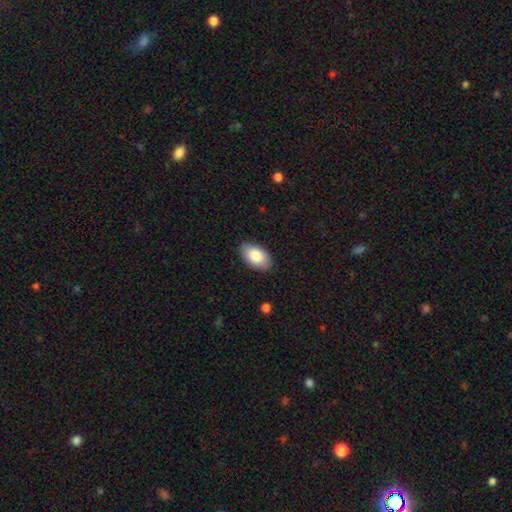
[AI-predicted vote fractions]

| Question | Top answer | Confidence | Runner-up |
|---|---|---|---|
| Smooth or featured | smooth | 85% | featured or disk (10%) |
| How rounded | in between | 94% | round (4%) |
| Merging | none | 85% | minor disturbance (11%) |